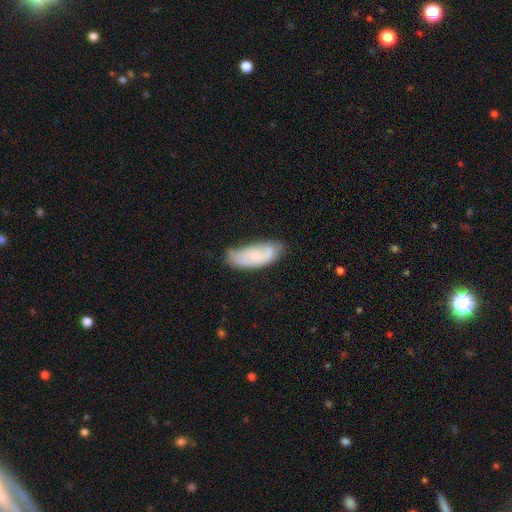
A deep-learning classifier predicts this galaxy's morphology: Smooth or featured? smooth (51%)
How rounded? in between (82%)
Merging? none (54%)